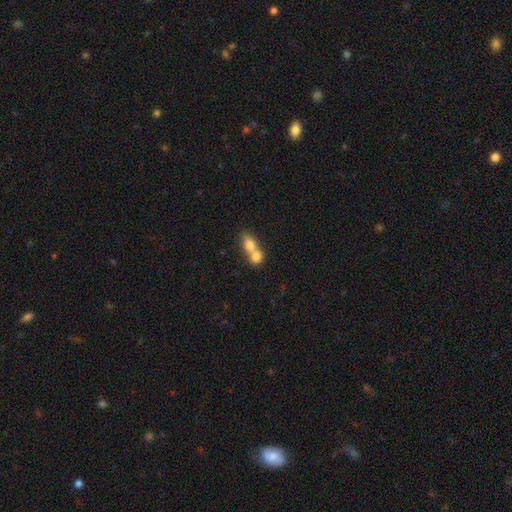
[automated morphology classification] A smooth galaxy with no disk features (76%) that is in between round and cigar-shaped (53%).

Vote fractions:
- Smooth or featured? smooth: 76% / featured or disk: 16% / star or artifact: 8%
- How rounded? in between: 53% / round: 44% / cigar-shaped: 3%
- Merging? merger: 75% / none: 18% / minor disturbance: 5% / major disturbance: 3%